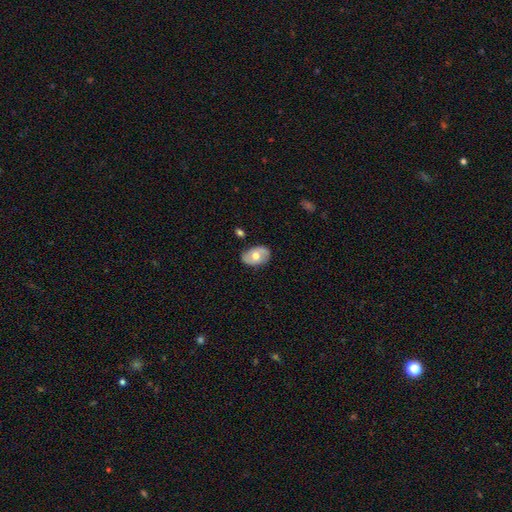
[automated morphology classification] A smooth galaxy with no disk features (49%). Merging: none (80%).